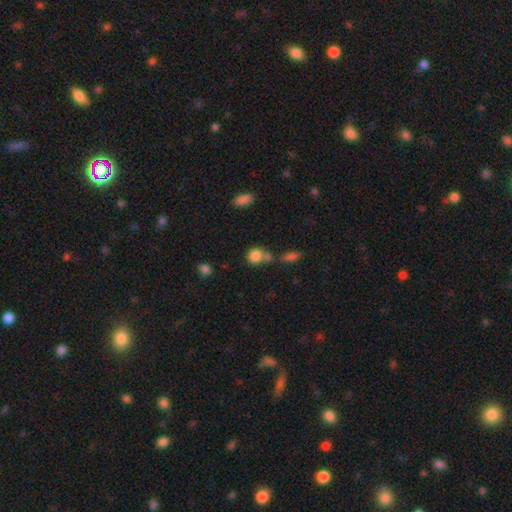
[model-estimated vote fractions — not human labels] smooth_or_featured: smooth (p=0.82) [alt: star or artifact p=0.10]
how_rounded: round (p=0.73) [alt: in between p=0.26]
merging: none (p=0.44) [alt: merger p=0.36]